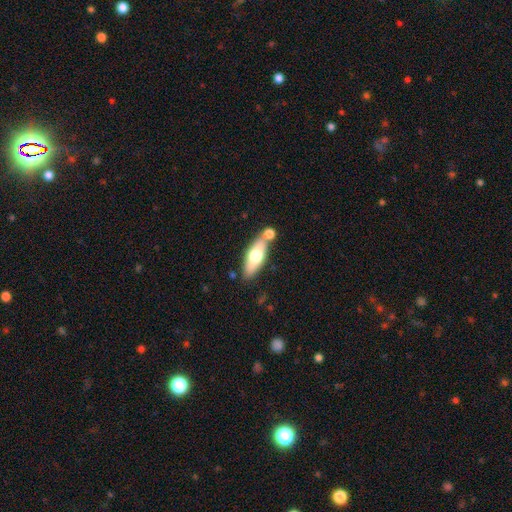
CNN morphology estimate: Smooth or featured? Predicted: smooth (p=0.59). How rounded? Predicted: in between (p=0.58). Merging? Predicted: none (p=0.58).